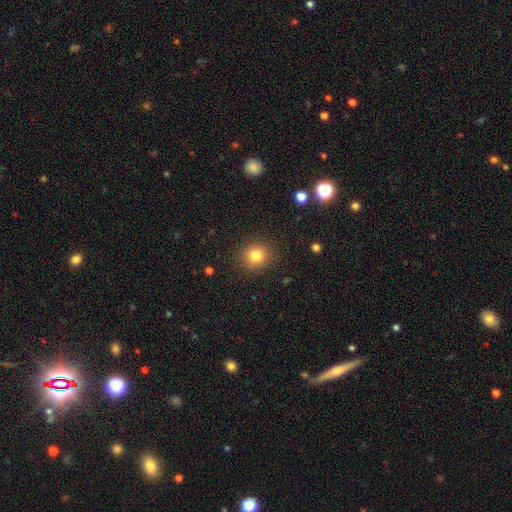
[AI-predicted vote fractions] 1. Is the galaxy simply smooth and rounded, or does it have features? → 83% smooth, 11% star or artifact, 6% featured or disk.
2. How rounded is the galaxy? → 86% round, 13% in between, 1% cigar-shaped.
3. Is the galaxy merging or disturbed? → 89% none, 7% minor disturbance, 3% major disturbance, 1% merger.